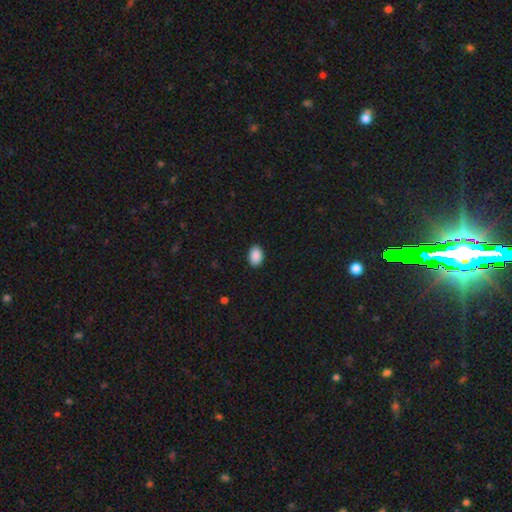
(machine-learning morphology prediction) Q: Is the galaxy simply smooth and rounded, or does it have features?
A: smooth — 90%.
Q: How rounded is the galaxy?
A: in between — 86%.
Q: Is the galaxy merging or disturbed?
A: none — 90%.